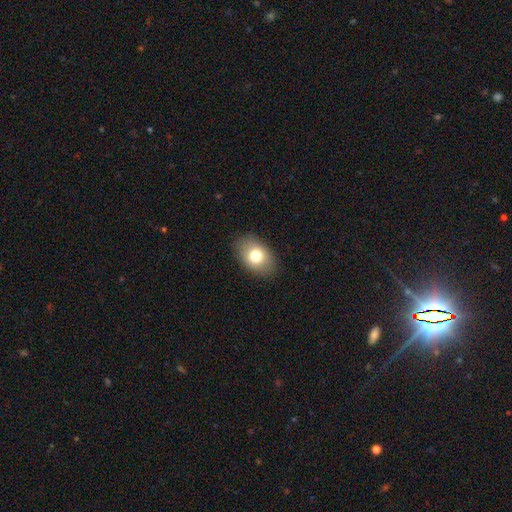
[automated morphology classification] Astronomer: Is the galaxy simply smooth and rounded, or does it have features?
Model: smooth — 77%.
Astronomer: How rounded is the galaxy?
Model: in between — 82%.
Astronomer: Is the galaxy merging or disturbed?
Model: none — 86%.